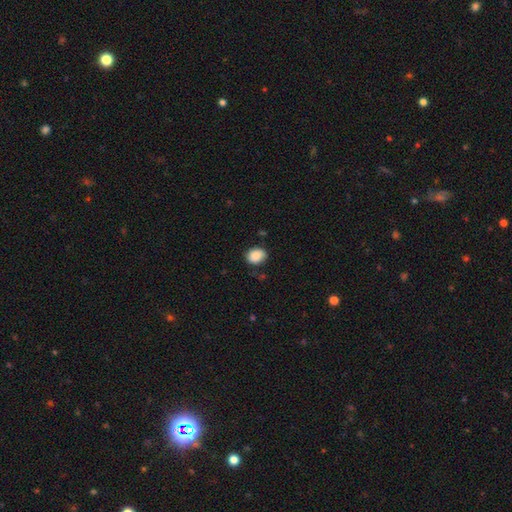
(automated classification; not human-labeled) smooth_or_featured: smooth (p=0.88) [alt: star or artifact p=0.08]
how_rounded: round (p=0.51) [alt: in between p=0.48]
merging: none (p=0.79) [alt: minor disturbance p=0.16]